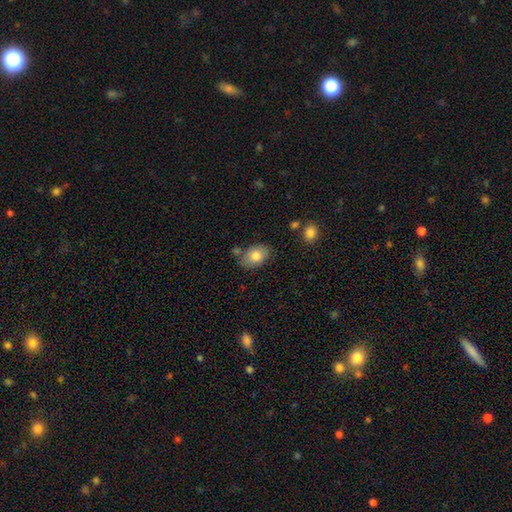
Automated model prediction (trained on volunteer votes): A smooth galaxy with no disk features (81%) that is in between round and cigar-shaped (80%).

Vote fractions:
- Smooth or featured? smooth: 81% / featured or disk: 11% / star or artifact: 8%
- How rounded? in between: 80% / round: 19% / cigar-shaped: 1%
- Merging? none: 72% / minor disturbance: 17% / merger: 7% / major disturbance: 4%